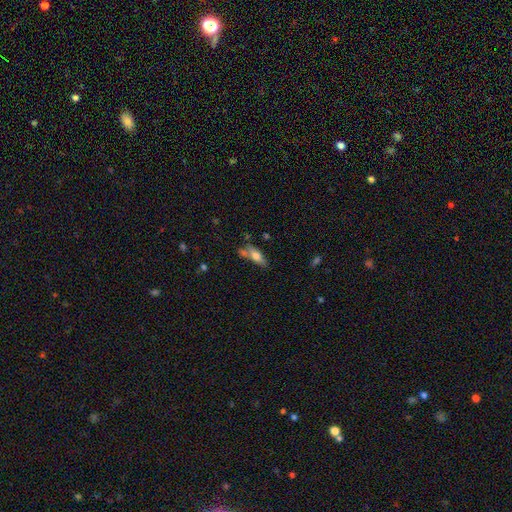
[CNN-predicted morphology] A smooth galaxy with no disk features (66%) that is in between round and cigar-shaped (65%).

Vote fractions:
- Smooth or featured? smooth: 66% / featured or disk: 25% / star or artifact: 9%
- How rounded? in between: 65% / cigar-shaped: 31% / round: 3%
- Merging? none: 49% / minor disturbance: 21% / merger: 21% / major disturbance: 9%